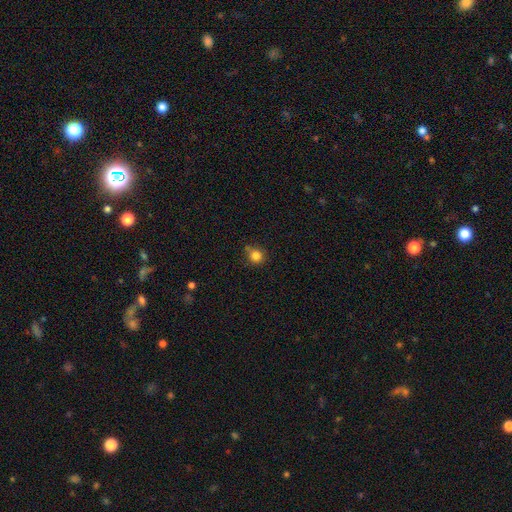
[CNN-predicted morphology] Smooth or featured? smooth (83%)
How rounded? round (89%)
Merging? none (70%)